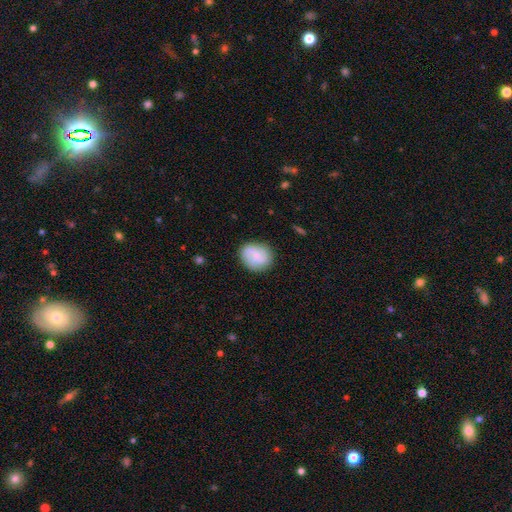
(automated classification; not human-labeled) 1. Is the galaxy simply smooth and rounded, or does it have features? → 53% smooth, 40% featured or disk, 7% star or artifact.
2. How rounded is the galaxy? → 62% round, 36% in between, 1% cigar-shaped.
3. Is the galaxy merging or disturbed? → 80% none, 15% minor disturbance, 4% major disturbance, 2% merger.